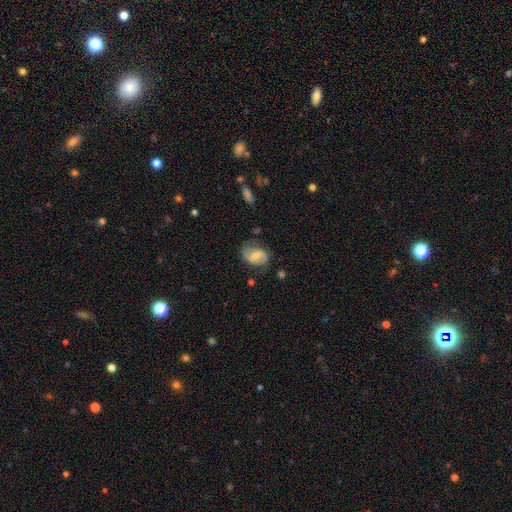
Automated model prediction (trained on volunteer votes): This is possibly a featured or disk galaxy (50%). Merging: likely none (66%).